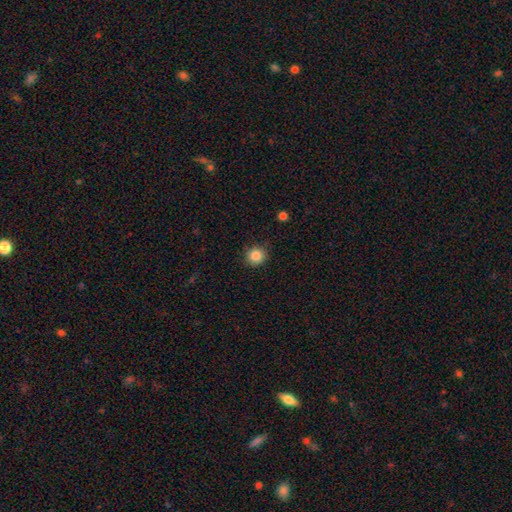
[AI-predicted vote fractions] Smooth or featured? smooth (85%)
How rounded? round (91%)
Merging? none (88%)